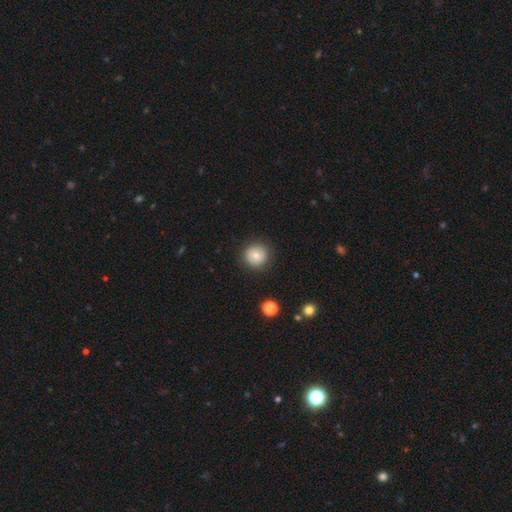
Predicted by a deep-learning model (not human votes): The model was most divided on "smooth or featured": smooth: 80%, featured or disk: 11%, star or artifact: 10%. More confident: how rounded — round (91%); merging — none (87%).